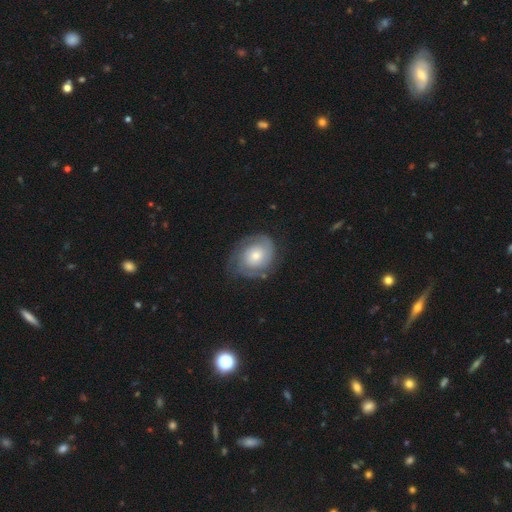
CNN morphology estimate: A featured or disk galaxy (69%) with no bar (79%), 2 (48%) tight (66%) spiral arms (88%) and a moderate central bulge (48%).

Vote fractions:
- Smooth or featured? featured or disk: 69% / smooth: 25% / star or artifact: 6%
- Edge-on disk? no: 97% / yes: 3%
- Bar? no: 79% / weak: 18% / strong: 3%
- Spiral arms? yes: 88% / no: 12%
- Spiral winding? tight: 66% / medium: 26% / loose: 9%
- Spiral arm count? 2: 48% / can't tell: 29% / 3: 9% / 1: 8% / 4: 3% / more than 4: 3%
- Bulge size? moderate: 48% / small: 41% / large: 8% / none: 2% / dominant: 1%
- Merging? none: 68% / minor disturbance: 21% / major disturbance: 10% / merger: 2%